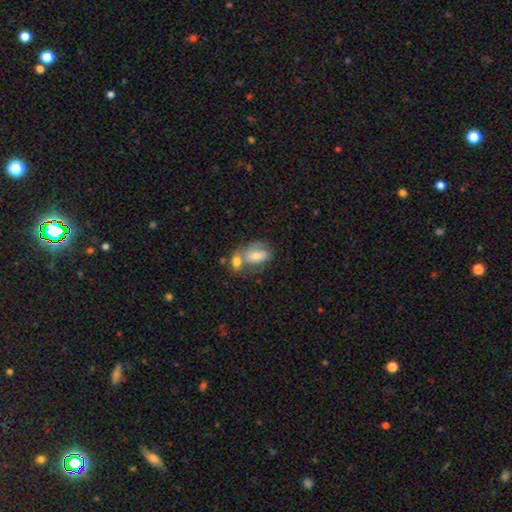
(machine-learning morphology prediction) The model was most divided on "merging": merger: 50%, none: 31%, minor disturbance: 12%, major disturbance: 6%. More confident: how rounded — in between (83%); smooth or featured — smooth (56%).